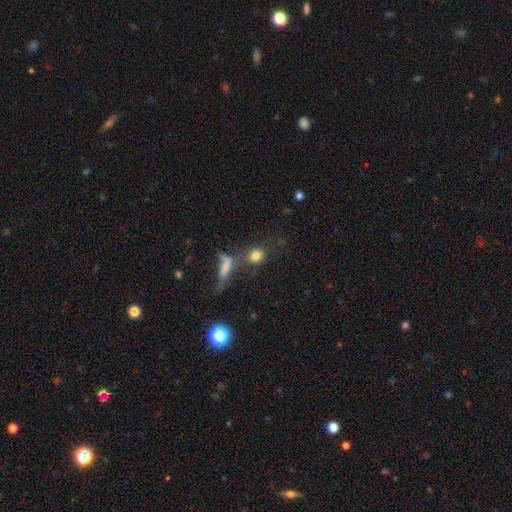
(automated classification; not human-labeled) Morphology: type=smooth (79%); roundness=round (69%); merging=none (54%).